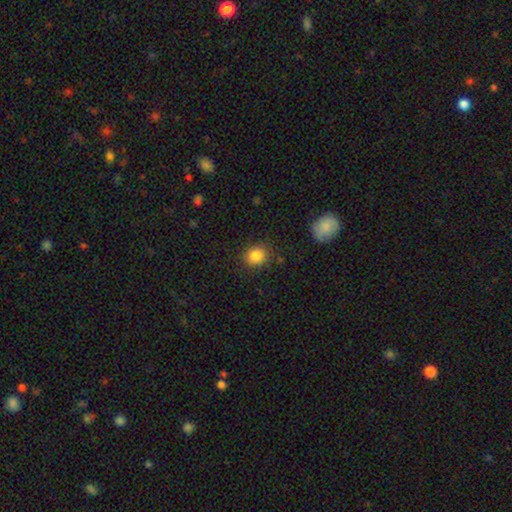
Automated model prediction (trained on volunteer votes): Q: Smooth or featured?
A: smooth (84%); runner-up: star or artifact (10%)
Q: How rounded?
A: round (77%); runner-up: in between (22%)
Q: Merging?
A: none (86%); runner-up: minor disturbance (10%)